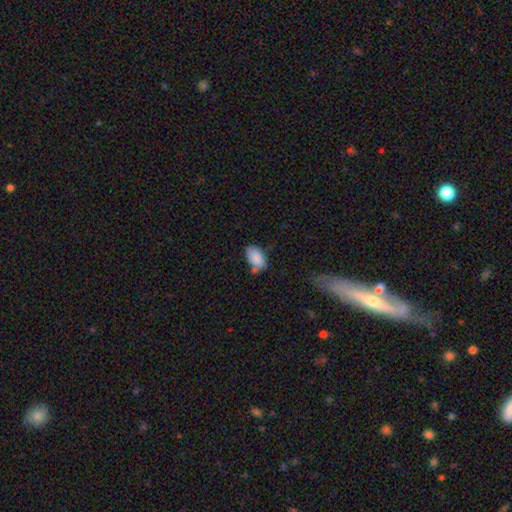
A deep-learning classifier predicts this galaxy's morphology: This appears to be a smooth galaxy with no disk features (87%) that is in between round and cigar-shaped (93%). Merging: none (59%).